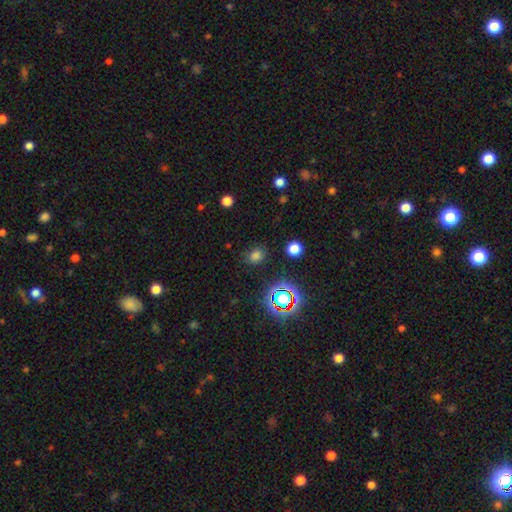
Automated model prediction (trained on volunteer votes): A smooth galaxy with no disk features (69%) that is round (52%).

Vote fractions:
- Smooth or featured? smooth: 69% / star or artifact: 25% / featured or disk: 6%
- How rounded? round: 52% / in between: 46% / cigar-shaped: 1%
- Merging? none: 80% / minor disturbance: 13% / major disturbance: 4% / merger: 2%